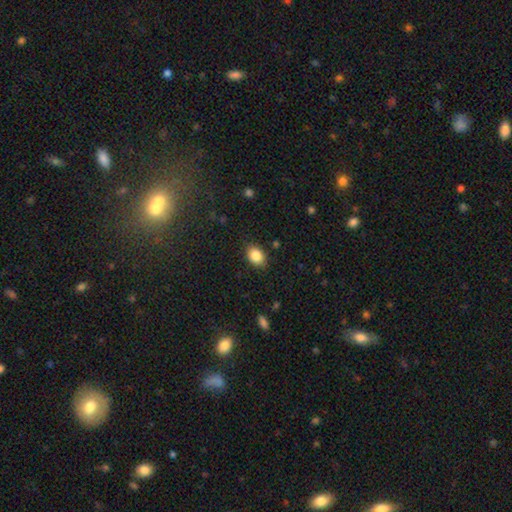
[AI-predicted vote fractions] Smooth or featured? smooth (86%)
How rounded? in between (72%)
Merging? none (86%)